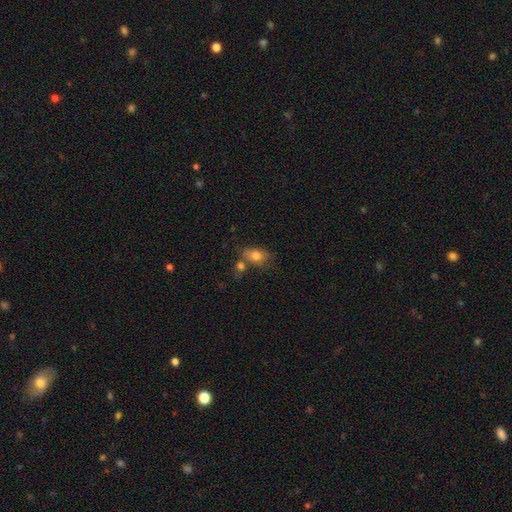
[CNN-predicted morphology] Smooth or featured? Predicted: smooth (p=0.78). How rounded? Predicted: in between (p=0.80). Merging? Predicted: none (p=0.52).